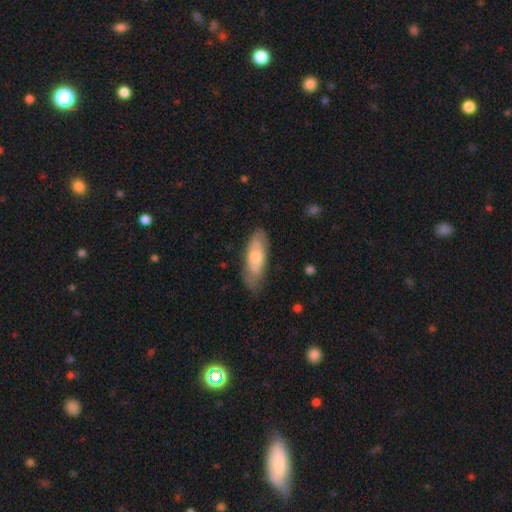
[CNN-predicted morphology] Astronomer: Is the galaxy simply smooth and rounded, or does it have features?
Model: smooth — 57% (runner-up: featured or disk, 37%).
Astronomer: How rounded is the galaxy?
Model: in between — 64%.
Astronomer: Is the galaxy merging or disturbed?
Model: none — 73%.